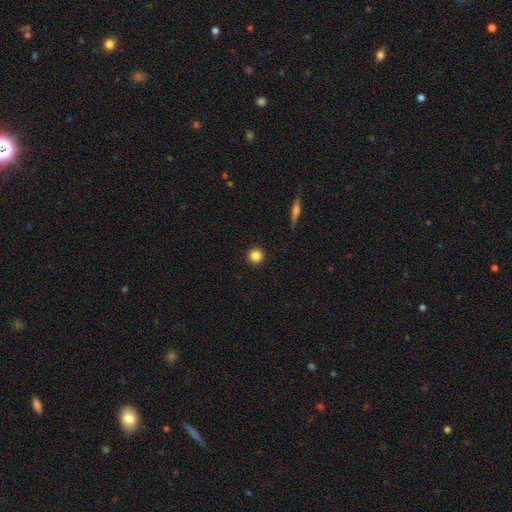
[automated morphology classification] Overall: smooth (84%). How rounded: round (96%). Merging: none (93%).